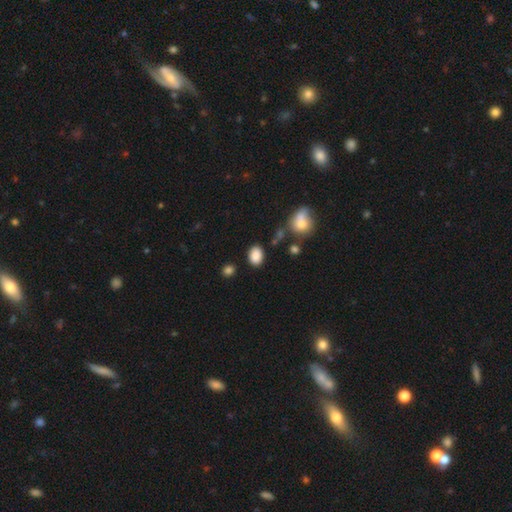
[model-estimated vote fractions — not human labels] Smooth or featured?
  - smooth: 87% *
  - star or artifact: 9%
  - featured or disk: 4%
How rounded?
  - in between: 74% *
  - round: 24%
  - cigar-shaped: 1%
Merging?
  - none: 83% *
  - minor disturbance: 11%
  - merger: 3%
  - major disturbance: 3%